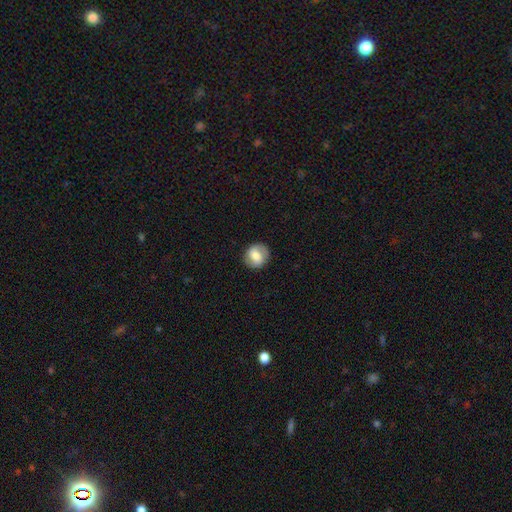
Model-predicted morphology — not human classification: A smooth galaxy with no disk features (62%) that is round (78%). Merging: none (85%).